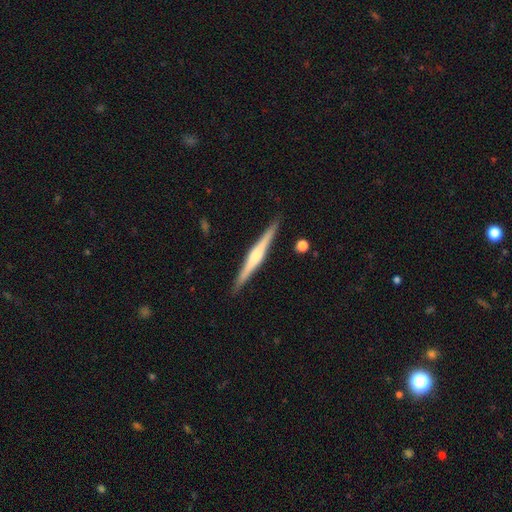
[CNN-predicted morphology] This appears to be a featured or disk galaxy (72%) viewed edge-on (98%) with a rounded central bulge (74%). Merging: none (91%).